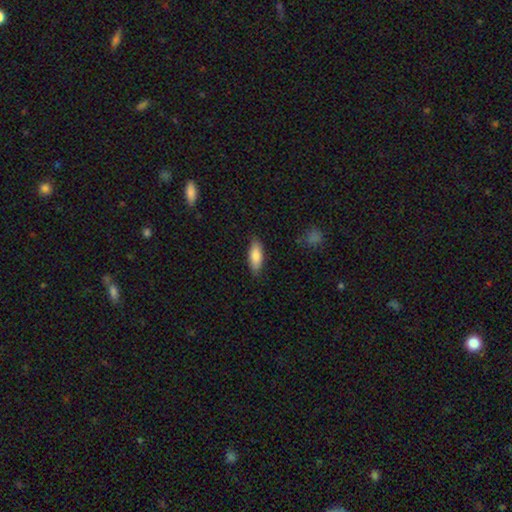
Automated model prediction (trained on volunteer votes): smooth 84%, featured or disk 10%, star or artifact 6%. Down the decision tree: how rounded — in between (74%); merging — none (83%).